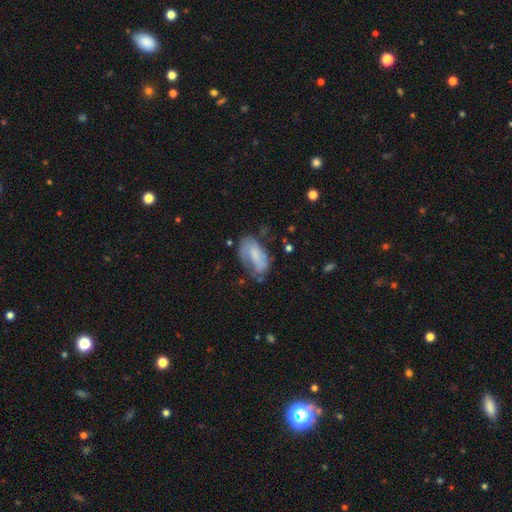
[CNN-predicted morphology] This appears to be a smooth galaxy with no disk features (50%) that is in between round and cigar-shaped (91%). Merging: none (44%).